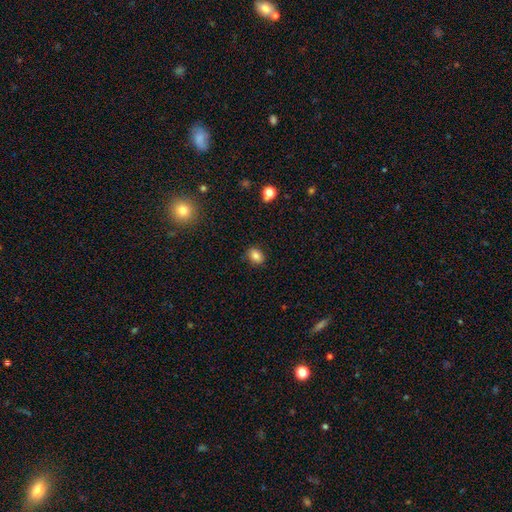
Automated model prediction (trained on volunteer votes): This appears to be a smooth galaxy with no disk features (83%) that is in between round and cigar-shaped (63%). Merging: none (87%).